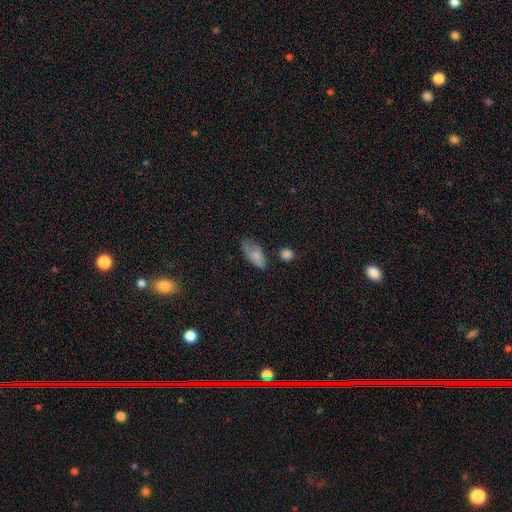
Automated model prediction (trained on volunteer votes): Morphology: type=smooth (77%); roundness=in between (88%); merging=none (54%).